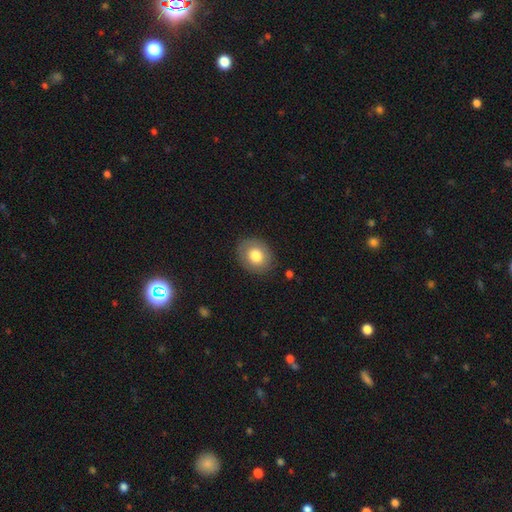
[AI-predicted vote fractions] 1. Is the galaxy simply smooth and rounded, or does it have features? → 77% smooth, 15% featured or disk, 8% star or artifact.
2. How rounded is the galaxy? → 55% round, 45% in between, 1% cigar-shaped.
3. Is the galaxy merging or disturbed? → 85% none, 10% minor disturbance, 3% major disturbance, 1% merger.